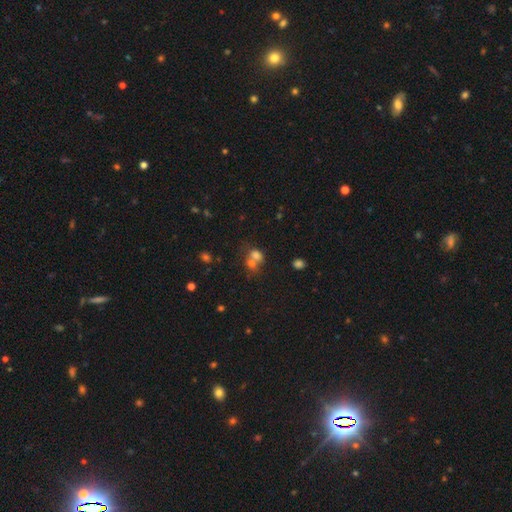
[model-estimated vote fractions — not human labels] Overall: smooth (69%). How rounded: in between (53%; round 46%). Merging: merger (60%; none 27%).